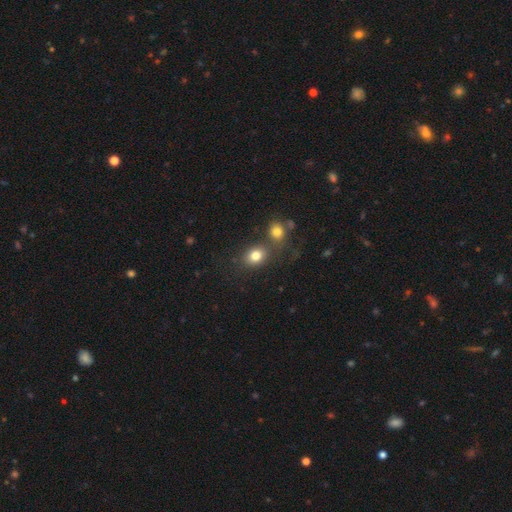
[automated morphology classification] A smooth galaxy with no disk features (80%) that is round (50%).

Vote fractions:
- Smooth or featured? smooth: 80% / star or artifact: 12% / featured or disk: 8%
- How rounded? round: 50% / in between: 49% / cigar-shaped: 1%
- Merging? none: 60% / merger: 24% / minor disturbance: 11% / major disturbance: 5%